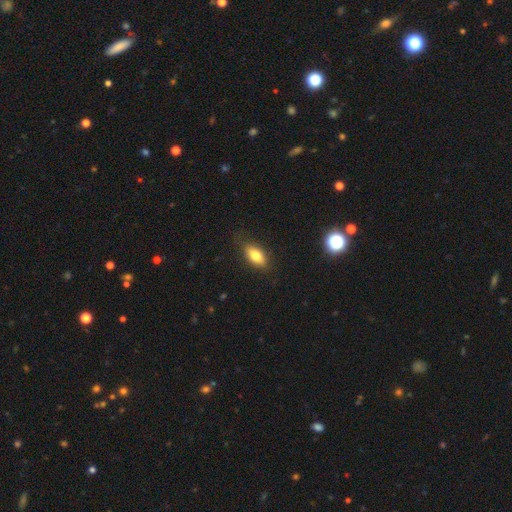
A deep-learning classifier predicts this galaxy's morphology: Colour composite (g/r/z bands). It shows a smooth galaxy with no disk features (78%) that is in between round and cigar-shaped (86%). Merging: none (82%).